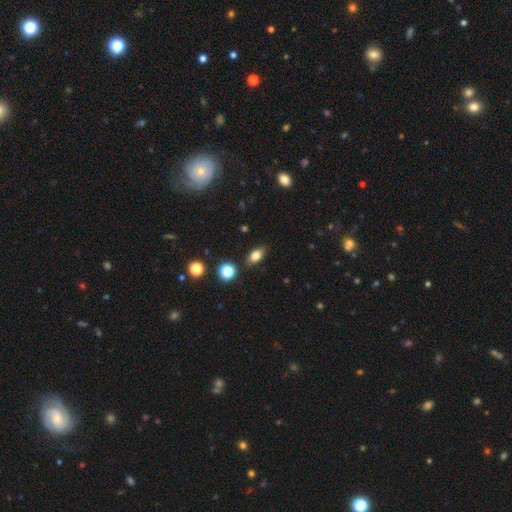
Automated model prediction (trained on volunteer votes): The model was most divided on "smooth or featured": smooth: 76%, featured or disk: 13%, star or artifact: 11%. More confident: merging — none (85%); how rounded — in between (80%).